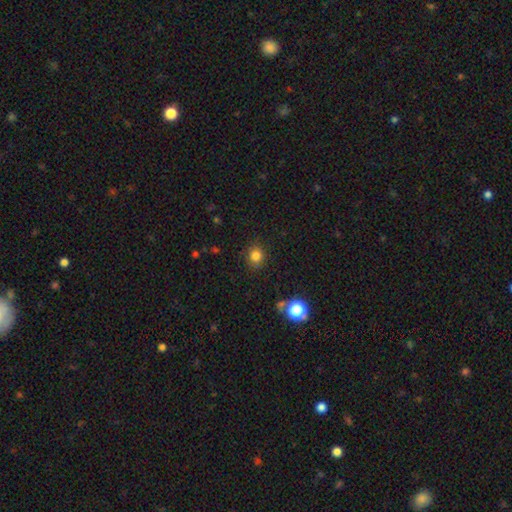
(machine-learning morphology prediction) smooth-or-featured: smooth: 81% | star or artifact: 14% | featured or disk: 5%
  how-rounded: round: 82% | in between: 17% | cigar-shaped: 1%
  merging: none: 85% | minor disturbance: 10% | major disturbance: 3% | merger: 2%